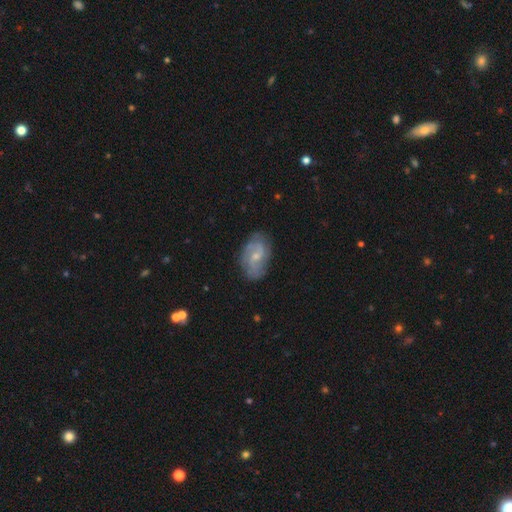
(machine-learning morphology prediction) Smooth or featured? featured or disk (75%)
Edge-on disk? no (97%)
Bar? weak (47%)
Spiral arms? yes (91%)
Spiral winding? medium (45%)
Spiral arm count? 2 (65%)
Bulge size? small (64%)
Merging? none (76%)